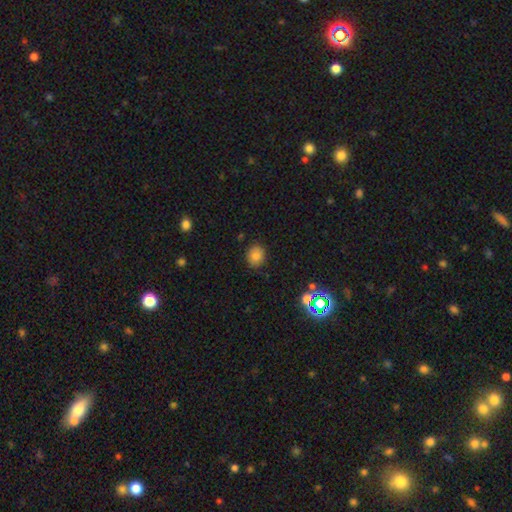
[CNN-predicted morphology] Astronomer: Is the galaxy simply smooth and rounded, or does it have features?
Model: smooth — 79%.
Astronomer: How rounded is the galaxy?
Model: round — 71%.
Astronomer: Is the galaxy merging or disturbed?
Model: none — 86%.